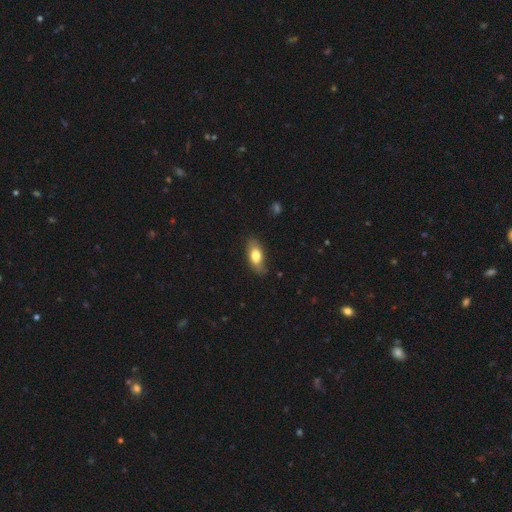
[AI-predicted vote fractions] Smooth or featured: smooth — 74% (featured or disk — 20%)
How rounded: in between — 85% (cigar-shaped — 11%)
Merging: none — 77% (minor disturbance — 18%)